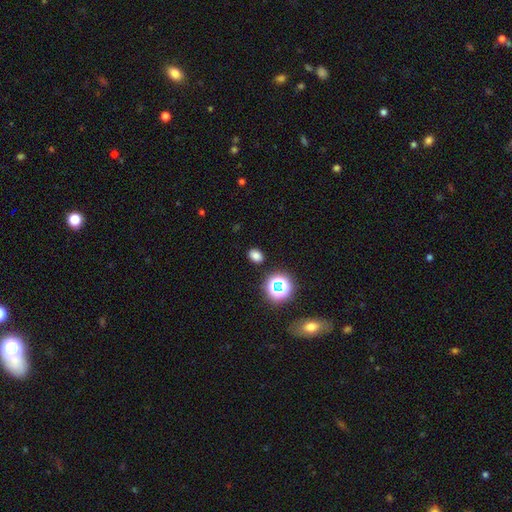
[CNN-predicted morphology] This is likely a smooth galaxy (75%). How rounded: likely in between (63%). Merging: clearly none (88%).